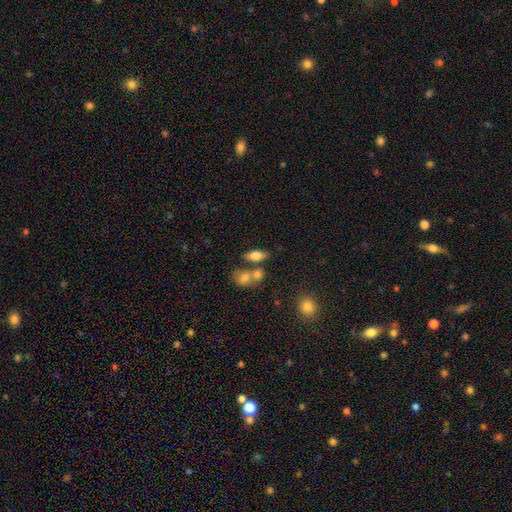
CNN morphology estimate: Smooth or featured: smooth — 74% (featured or disk — 18%)
How rounded: in between — 79% (cigar-shaped — 14%)
Merging: none — 60% (merger — 25%)